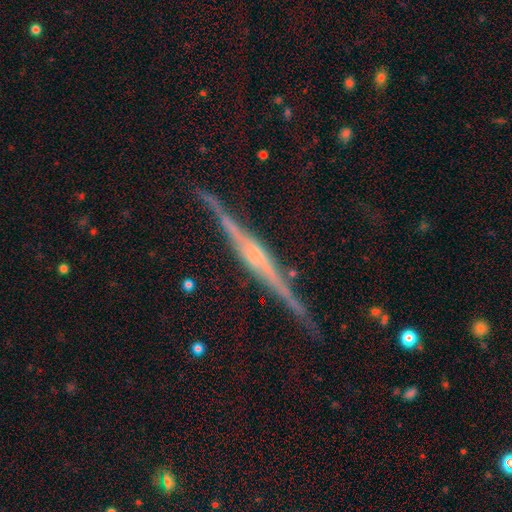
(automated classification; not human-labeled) Smooth or featured? Predicted: featured or disk (p=0.86). Edge-on disk? Predicted: yes (p=0.98). Edge-on bulge? Predicted: rounded (p=0.51). Merging? Predicted: none (p=0.88).